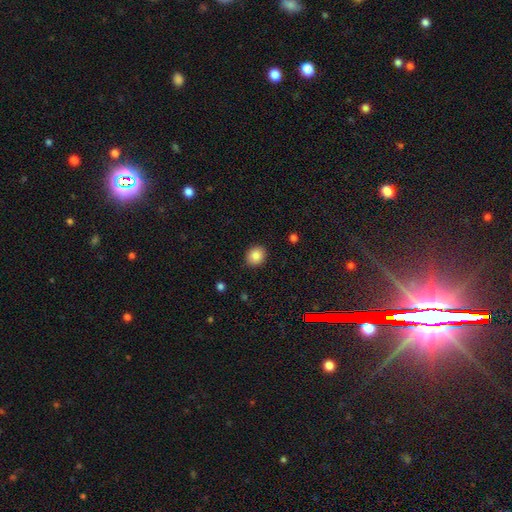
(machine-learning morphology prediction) The model was most divided on "how rounded": round: 67%, in between: 32%, cigar-shaped: 1%. More confident: merging — none (90%); smooth or featured — smooth (85%).